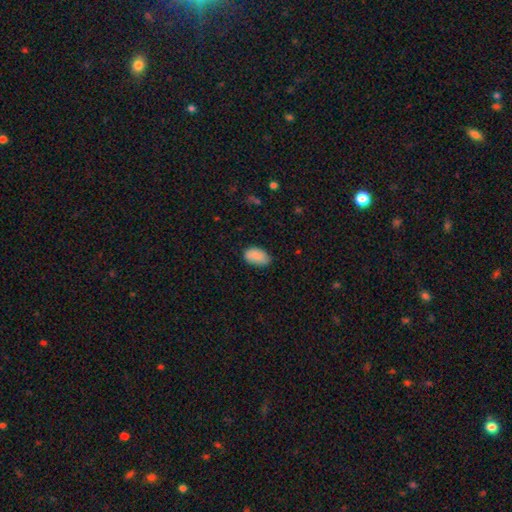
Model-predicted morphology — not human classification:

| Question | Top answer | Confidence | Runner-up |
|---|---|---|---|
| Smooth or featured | smooth | 88% | star or artifact (7%) |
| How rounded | in between | 93% | round (6%) |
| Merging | none | 71% | minor disturbance (24%) |